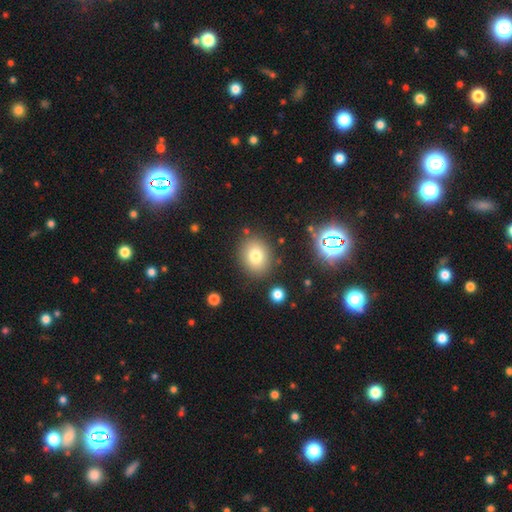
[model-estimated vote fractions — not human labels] Morphology: type=smooth (76%); roundness=round (63%); merging=none (84%).